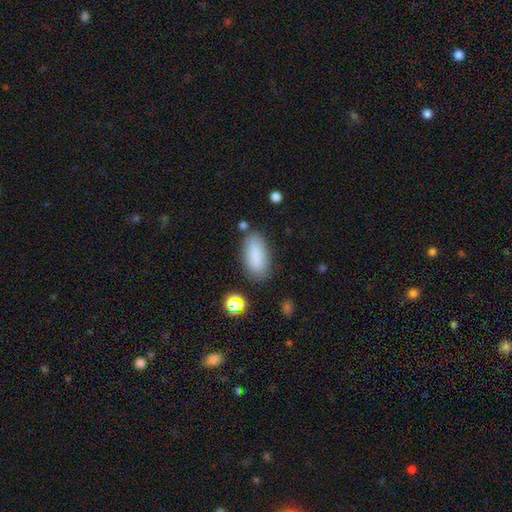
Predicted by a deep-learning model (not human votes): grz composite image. It shows a smooth galaxy with no disk features (83%) that is in between round and cigar-shaped (85%). Merging: none (76%).